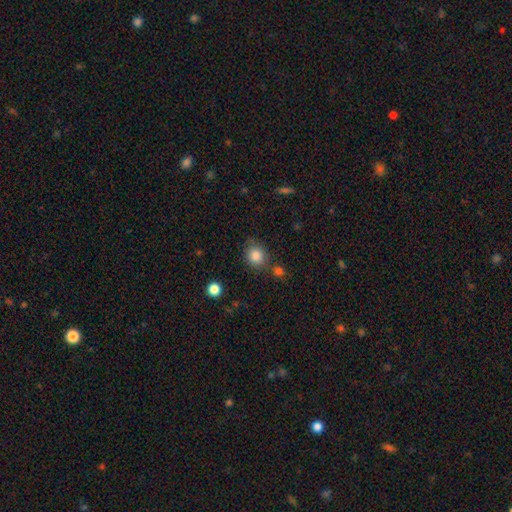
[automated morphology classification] A smooth galaxy with no disk features (84%) that is round (75%).

Vote fractions:
- Smooth or featured? smooth: 84% / star or artifact: 10% / featured or disk: 6%
- How rounded? round: 75% / in between: 24% / cigar-shaped: 1%
- Merging? none: 72% / minor disturbance: 15% / merger: 9% / major disturbance: 4%